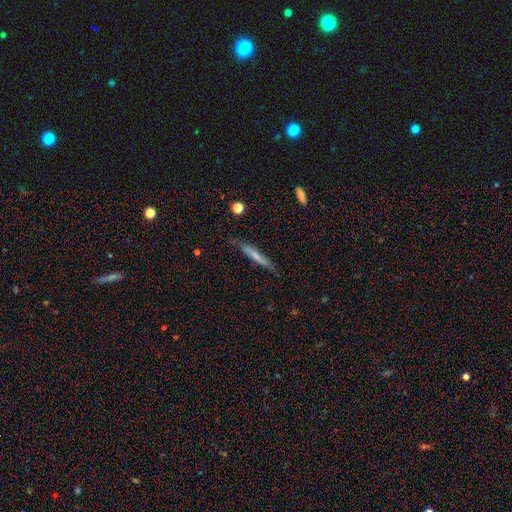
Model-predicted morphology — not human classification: Smooth or featured: smooth — 57% (featured or disk — 36%)
How rounded: cigar-shaped — 93% (in between — 5%)
Merging: none — 78% (minor disturbance — 17%)